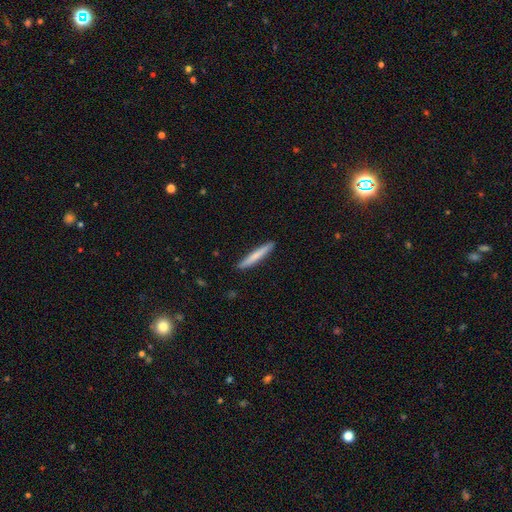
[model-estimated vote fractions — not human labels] smooth 70%, featured or disk 25%, star or artifact 5%. Down the decision tree: how rounded — cigar-shaped (96%); merging — none (91%).